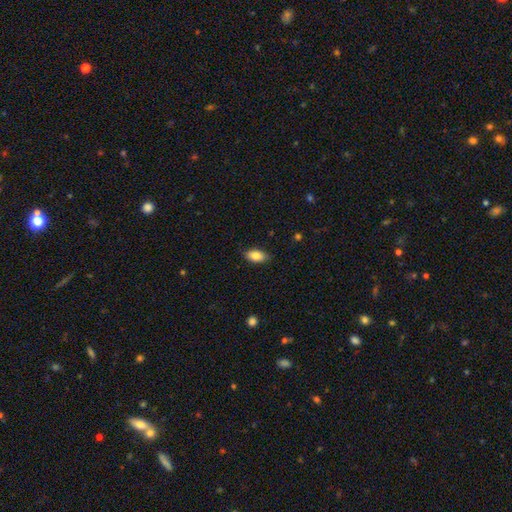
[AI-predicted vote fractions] The model was most divided on "merging": none: 85%, minor disturbance: 12%, major disturbance: 2%, merger: 1%. More confident: how rounded — in between (92%); smooth or featured — smooth (85%).